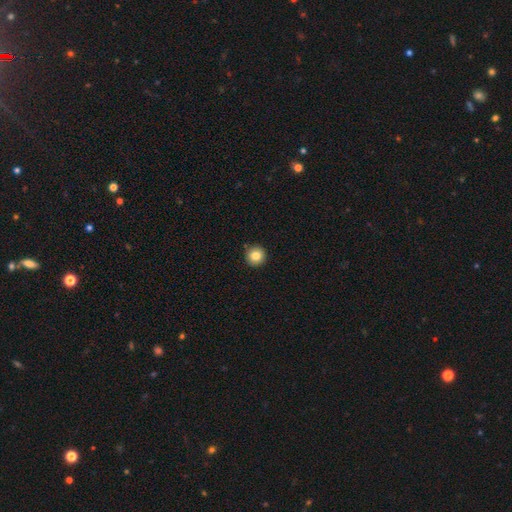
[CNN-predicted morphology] This appears to be a smooth galaxy with no disk features (84%) that is round (94%). Merging: none (92%).